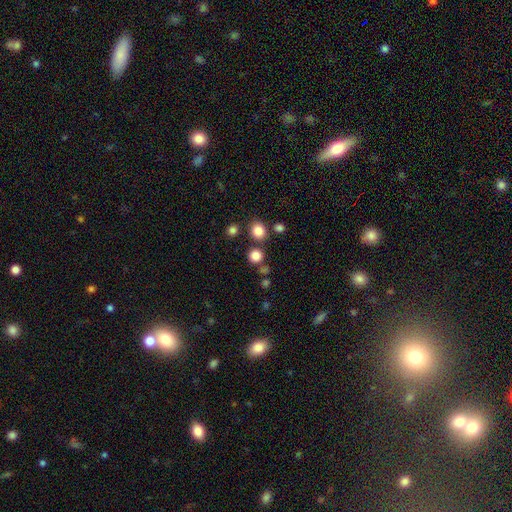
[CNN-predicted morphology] smooth 82%, star or artifact 14%, featured or disk 5%. Down the decision tree: how rounded — round (89%); merging — none (77%).